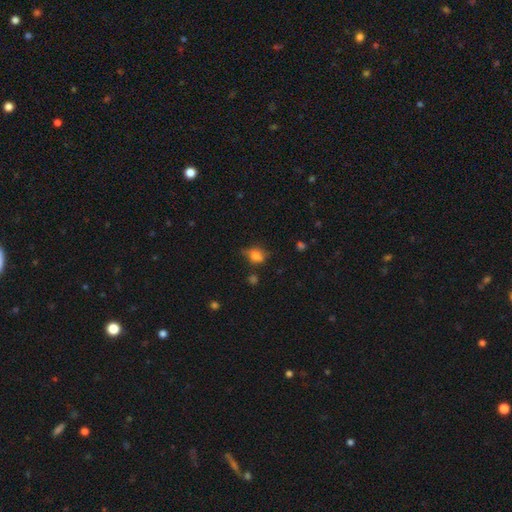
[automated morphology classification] Smooth or featured: smooth — 75% (star or artifact — 13%)
How rounded: round — 59% (in between — 40%)
Merging: none — 54% (minor disturbance — 31%)